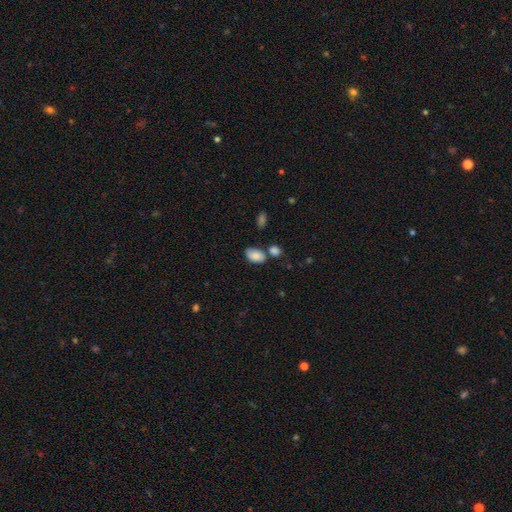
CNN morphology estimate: smooth-or-featured: smooth: 83% | featured or disk: 10% | star or artifact: 7%
  how-rounded: in between: 92% | round: 6% | cigar-shaped: 2%
  merging: none: 64% | minor disturbance: 16% | merger: 16% | major disturbance: 4%